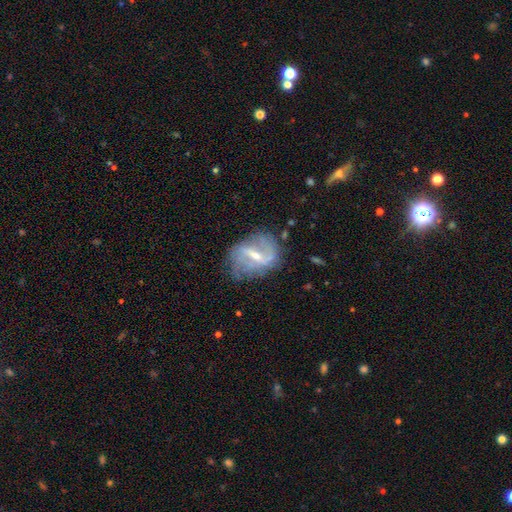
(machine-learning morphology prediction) This appears to be a featured or disk galaxy (79%) with a strong bar (50%), 2 (59%) loose (47%) spiral arms (81%) and a small central bulge (53%). Merging: none (61%).